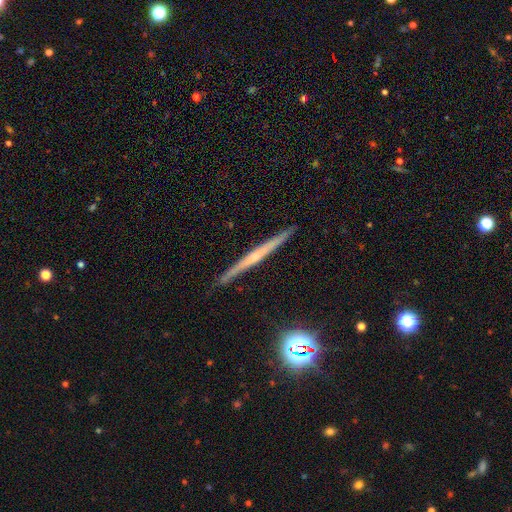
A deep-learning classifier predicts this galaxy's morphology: The model was most divided on "edge-on bulge": rounded: 50%, none: 45%, boxy: 6%. More confident: edge-on disk — yes (98%); merging — none (91%); smooth or featured — featured or disk (70%).